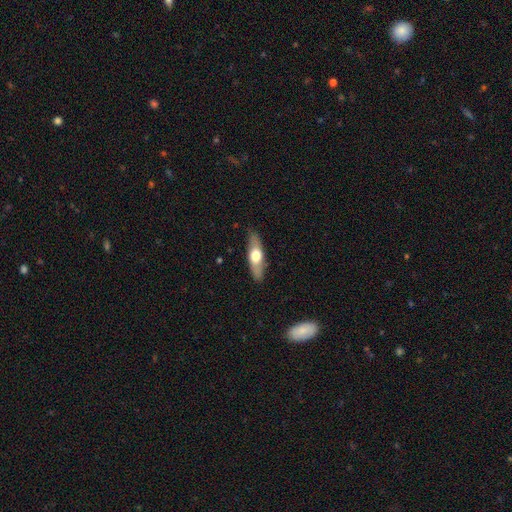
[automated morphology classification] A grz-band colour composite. It shows a smooth galaxy with no disk features (50%) that is cigar-shaped (50%). Merging: none (84%).